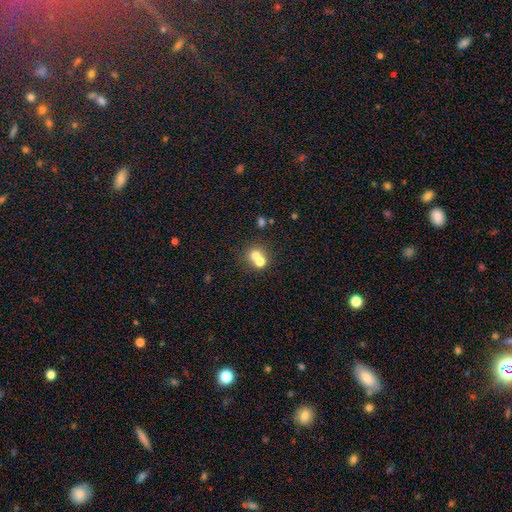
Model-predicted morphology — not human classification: smooth_or_featured: smooth (p=0.67) [alt: featured or disk p=0.18]
how_rounded: round (p=0.81) [alt: in between p=0.18]
merging: merger (p=0.53) [alt: none p=0.38]